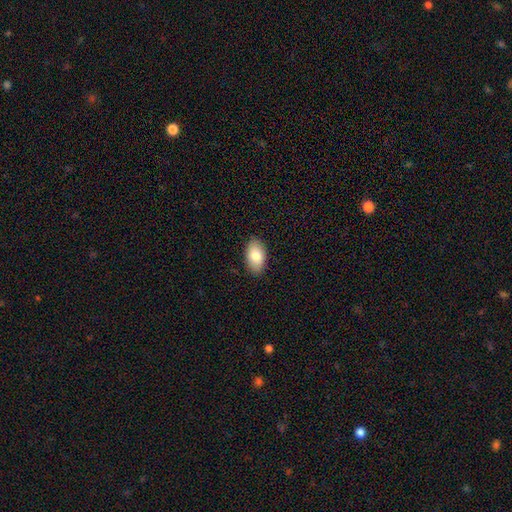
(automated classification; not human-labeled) smooth 83%, featured or disk 11%, star or artifact 7%. Down the decision tree: how rounded — in between (94%); merging — none (88%).